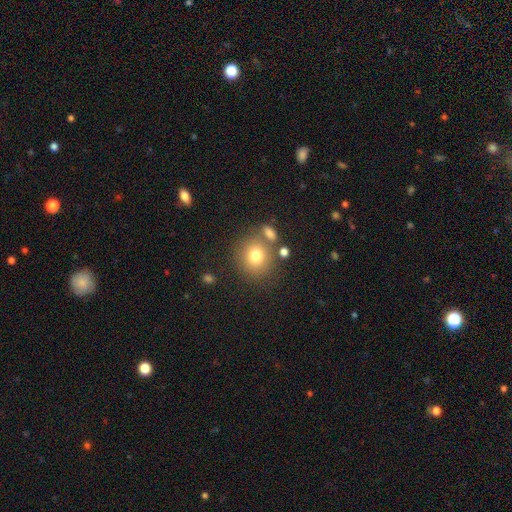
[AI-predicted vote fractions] Smooth or featured?
  - smooth: 76% *
  - featured or disk: 12%
  - star or artifact: 11%
How rounded?
  - round: 83% *
  - in between: 16%
  - cigar-shaped: 1%
Merging?
  - none: 68% *
  - merger: 16%
  - minor disturbance: 12%
  - major disturbance: 5%